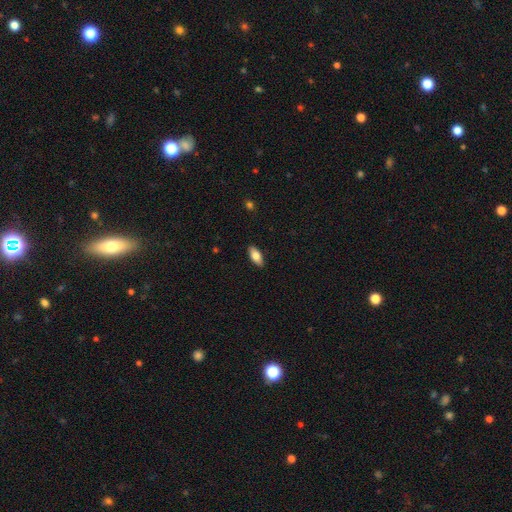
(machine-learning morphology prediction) A smooth galaxy with no disk features (77%) that is in between round and cigar-shaped (83%).

Vote fractions:
- Smooth or featured? smooth: 77% / featured or disk: 17% / star or artifact: 6%
- How rounded? in between: 83% / cigar-shaped: 15% / round: 2%
- Merging? none: 89% / minor disturbance: 8% / major disturbance: 2% / merger: 1%